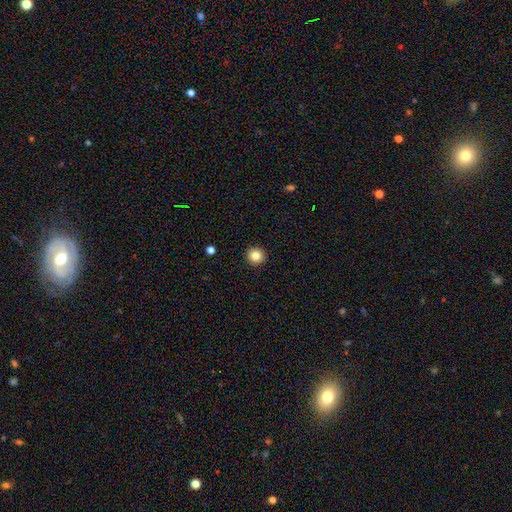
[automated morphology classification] smooth 83%, star or artifact 11%, featured or disk 6%. Down the decision tree: how rounded — round (94%); merging — none (93%).